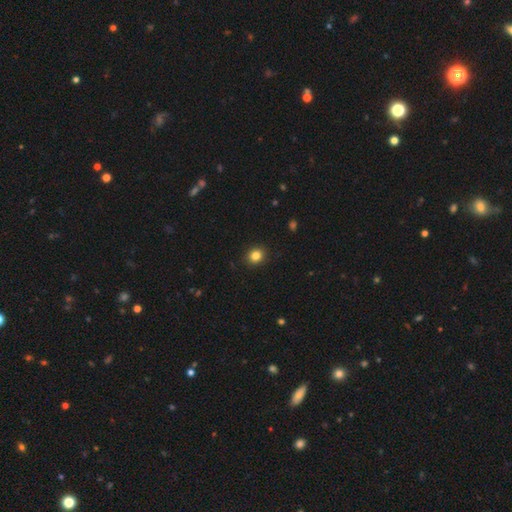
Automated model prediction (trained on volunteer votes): This is clearly a smooth galaxy (84%). How rounded: likely round (74%). Merging: clearly none (91%).